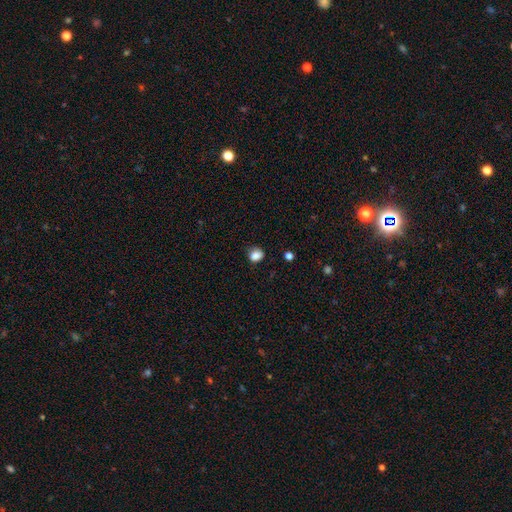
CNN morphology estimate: type=smooth (85%); roundness=round (70%); merging=none (73%).